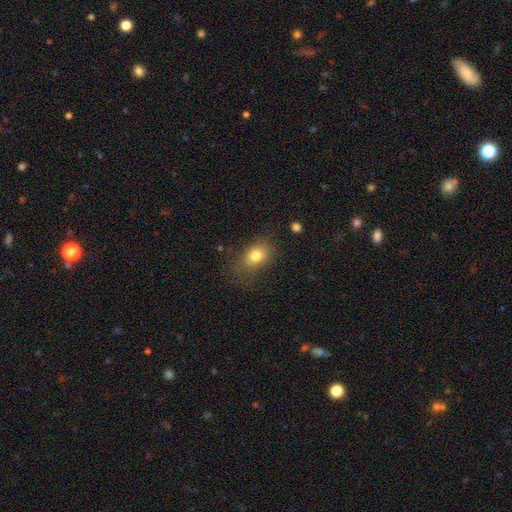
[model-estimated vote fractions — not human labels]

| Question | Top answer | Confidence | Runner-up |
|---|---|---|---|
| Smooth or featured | smooth | 78% | star or artifact (11%) |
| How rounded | in between | 68% | round (31%) |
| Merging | none | 70% | minor disturbance (19%) |